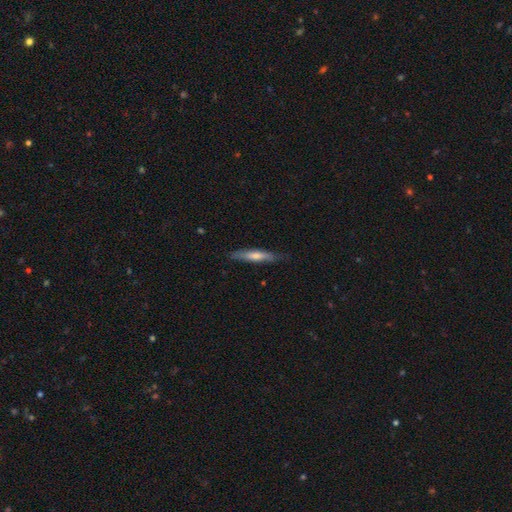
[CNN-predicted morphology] The model was most divided on "smooth or featured": smooth: 54%, featured or disk: 40%, star or artifact: 6%. More confident: how rounded — cigar-shaped (90%); merging — none (82%).